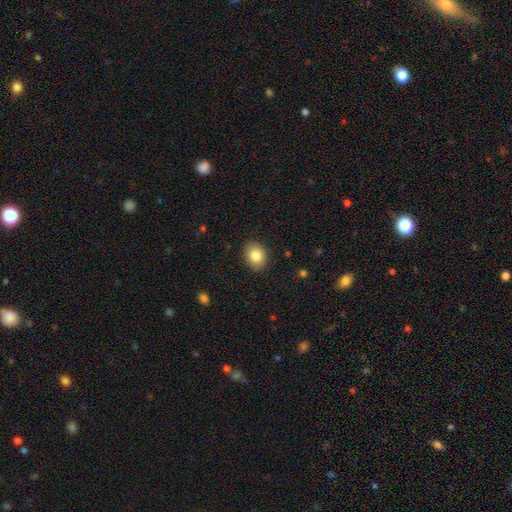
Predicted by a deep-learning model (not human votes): Smooth or featured: smooth — 85% (star or artifact — 8%)
How rounded: round — 50% (in between — 49%)
Merging: none — 88% (minor disturbance — 9%)